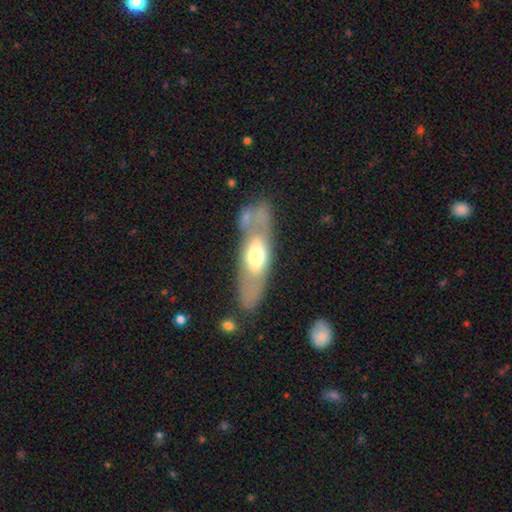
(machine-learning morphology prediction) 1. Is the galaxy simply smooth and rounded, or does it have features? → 47% featured or disk (tied), 47% smooth (tied), 6% star or artifact.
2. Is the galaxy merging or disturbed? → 65% none, 15% minor disturbance, 11% merger, 9% major disturbance.